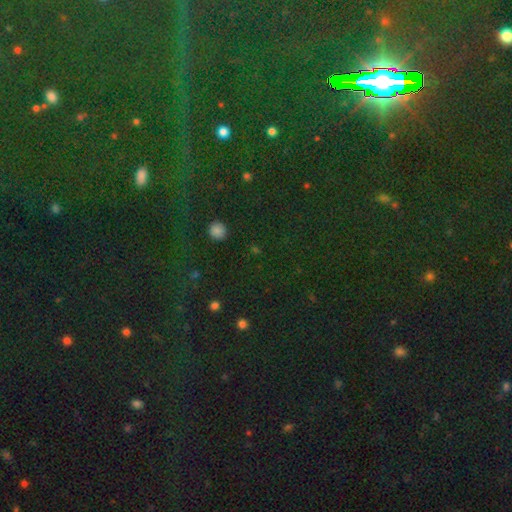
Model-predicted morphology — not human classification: smooth_or_featured: star or artifact (p=0.81) [alt: smooth p=0.12]